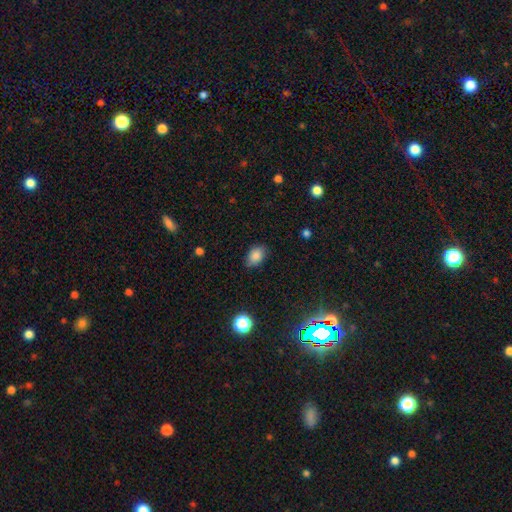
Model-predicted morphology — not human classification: smooth-or-featured: smooth: 85% | star or artifact: 10% | featured or disk: 6%
  how-rounded: in between: 80% | round: 18% | cigar-shaped: 1%
  merging: none: 77% | minor disturbance: 18% | major disturbance: 3% | merger: 1%